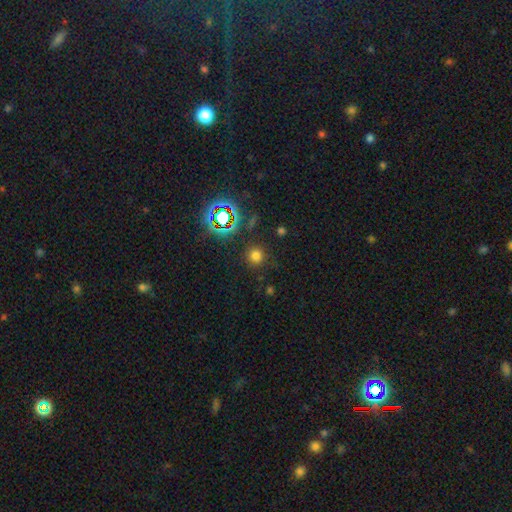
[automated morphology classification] A smooth galaxy with no disk features (69%) that is round (93%). Merging: none (86%).